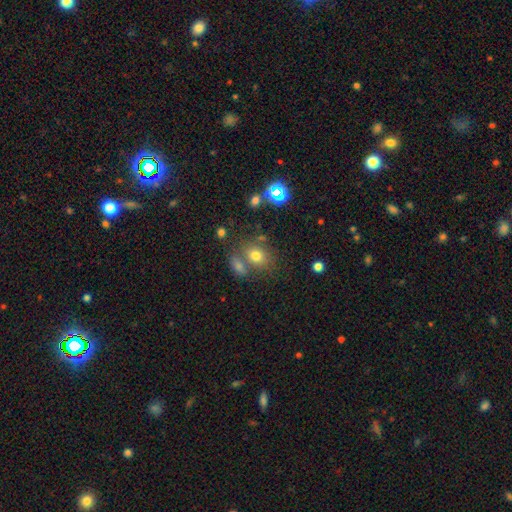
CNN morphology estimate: smooth 70%, star or artifact 17%, featured or disk 13%. Down the decision tree: how rounded — round (51%); merging — none (56%).